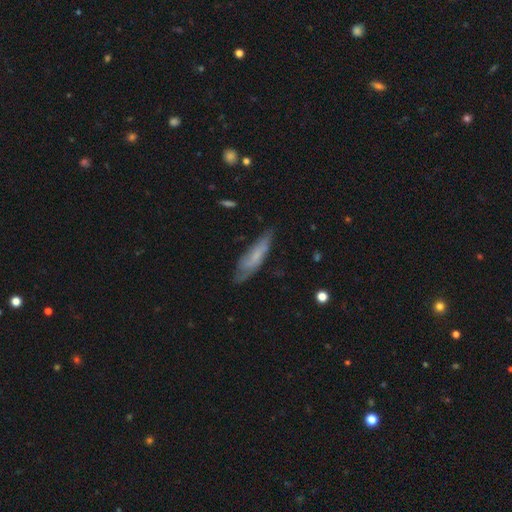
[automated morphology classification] Q: Smooth or featured?
A: smooth (50%); runner-up: featured or disk (42%)
Q: How rounded?
A: cigar-shaped (66%); runner-up: in between (32%)
Q: Merging?
A: none (64%); runner-up: minor disturbance (26%)